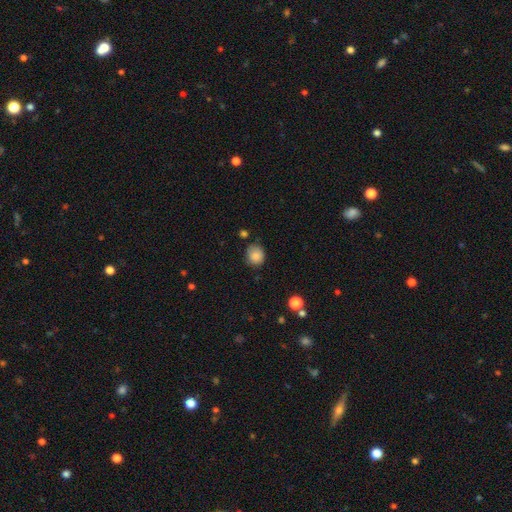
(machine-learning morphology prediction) This appears to be a smooth galaxy with no disk features (86%) that is round (76%). Merging: none (74%).